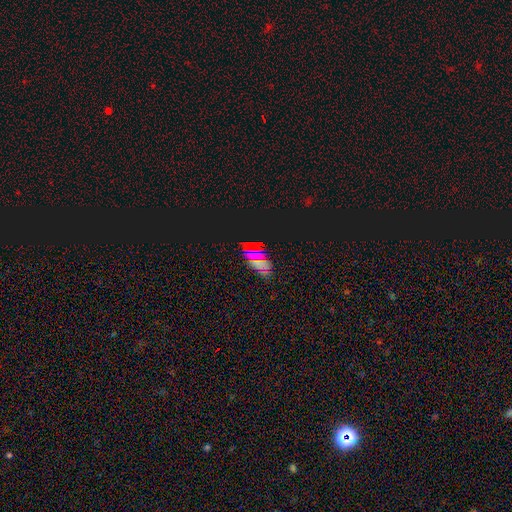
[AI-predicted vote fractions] A smooth galaxy with no disk features (49%). Merging: none (82%).